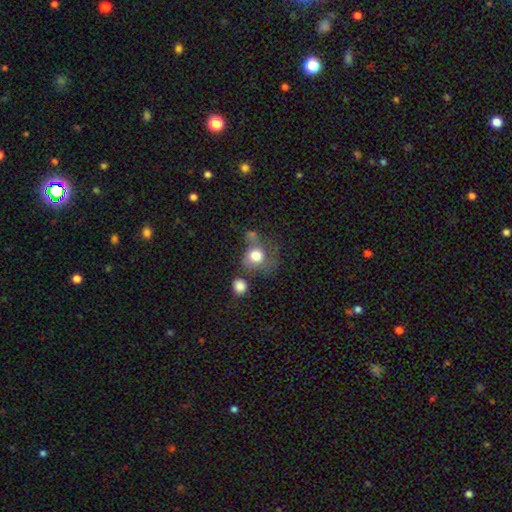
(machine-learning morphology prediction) Smooth or featured?
  - smooth: 72% *
  - featured or disk: 18%
  - star or artifact: 10%
How rounded?
  - round: 72% *
  - in between: 27%
  - cigar-shaped: 1%
Merging?
  - none: 34% *
  - major disturbance: 26%
  - minor disturbance: 21%
  - merger: 19%